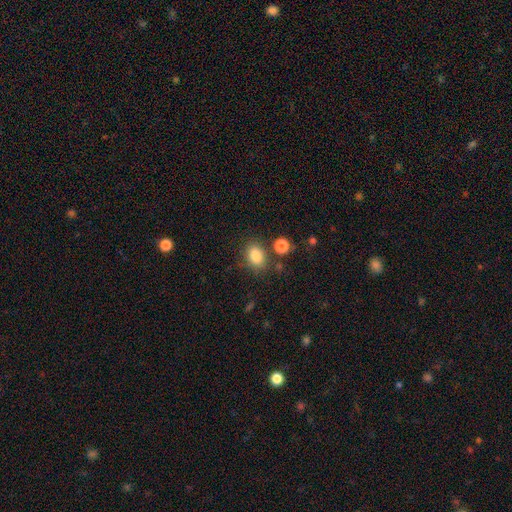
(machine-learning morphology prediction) Smooth or featured?
  - smooth: 83% *
  - star or artifact: 10%
  - featured or disk: 7%
How rounded?
  - in between: 66% *
  - round: 33%
  - cigar-shaped: 1%
Merging?
  - none: 76% *
  - minor disturbance: 13%
  - merger: 7%
  - major disturbance: 4%